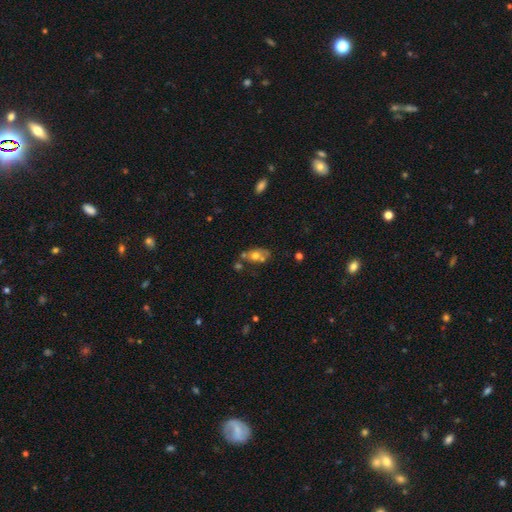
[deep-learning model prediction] Smooth or featured? smooth (54%)
How rounded? in between (74%)
Merging? none (42%)